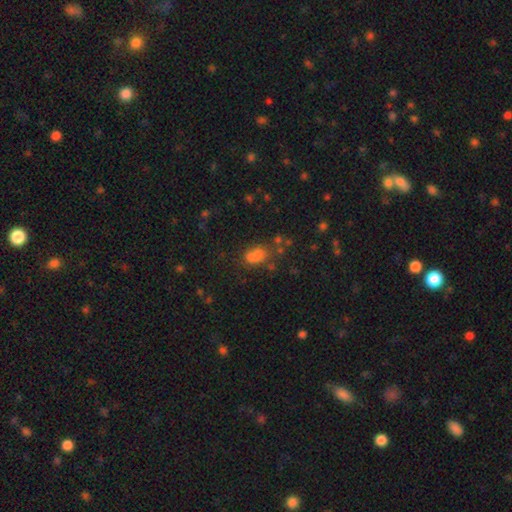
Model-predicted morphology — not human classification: Smooth or featured: smooth — 71% (star or artifact — 16%)
How rounded: in between — 80% (round — 18%)
Merging: none — 47% (minor disturbance — 23%)